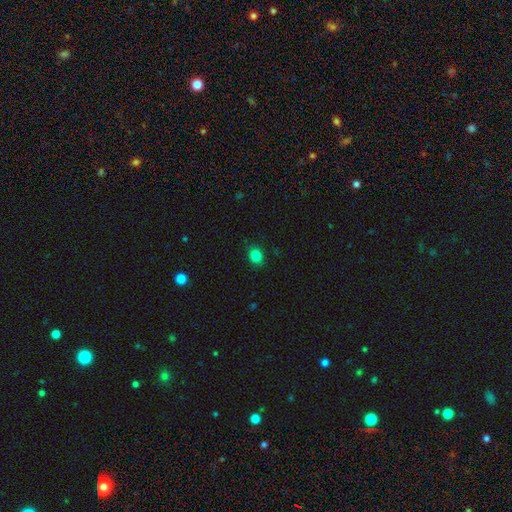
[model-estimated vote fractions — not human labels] A smooth galaxy with no disk features (84%) that is round (50%). Merging: none (87%).